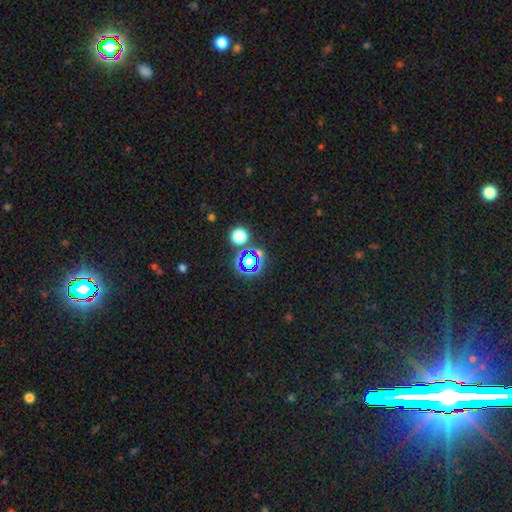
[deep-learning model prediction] Morphology: type=star or artifact (67%).